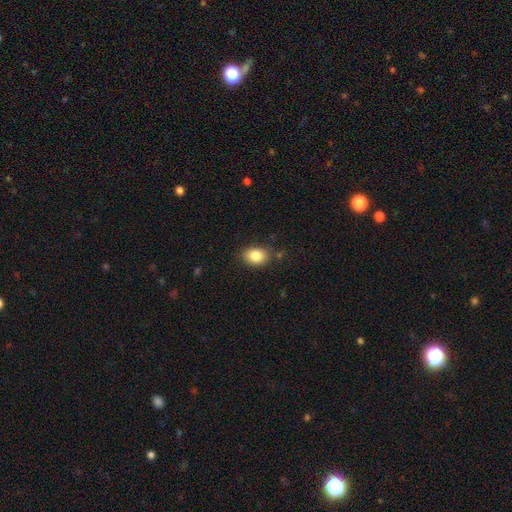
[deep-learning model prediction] Smooth or featured: smooth — 85% (star or artifact — 9%)
How rounded: in between — 70% (round — 28%)
Merging: none — 82% (minor disturbance — 13%)